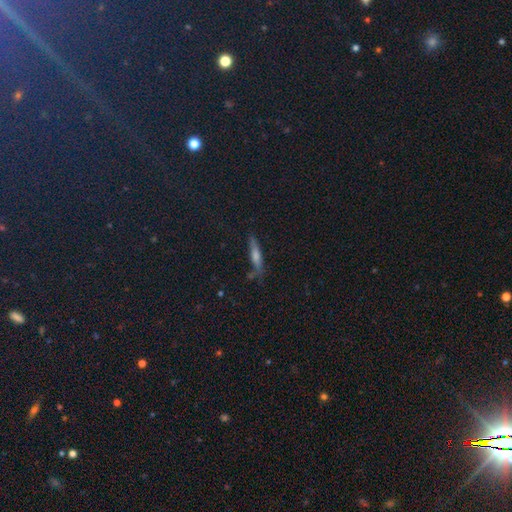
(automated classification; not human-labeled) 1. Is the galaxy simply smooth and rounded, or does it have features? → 43% smooth, 41% featured or disk, 16% star or artifact.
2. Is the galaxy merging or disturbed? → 72% none, 19% minor disturbance, 5% major disturbance, 4% merger.